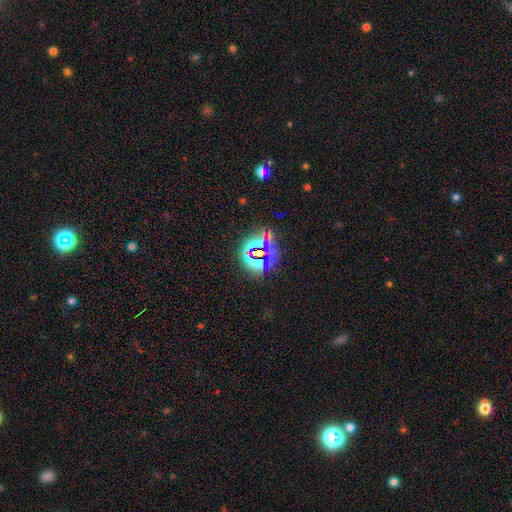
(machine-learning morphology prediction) smooth-or-featured: star or artifact: 78% | smooth: 13% | featured or disk: 9%